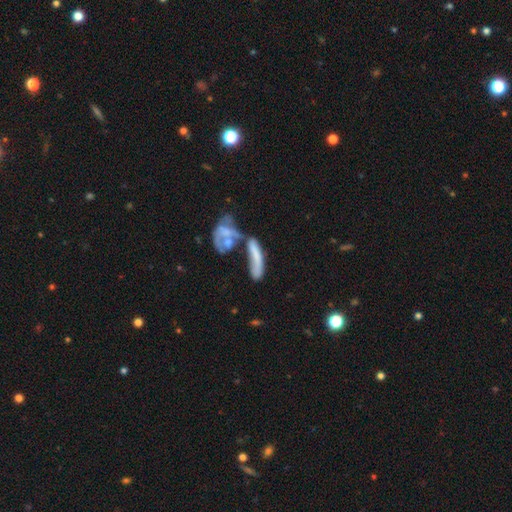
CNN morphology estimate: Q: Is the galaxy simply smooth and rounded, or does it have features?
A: smooth — 54%.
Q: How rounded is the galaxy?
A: cigar-shaped — 59%.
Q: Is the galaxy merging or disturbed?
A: merger — 55%.